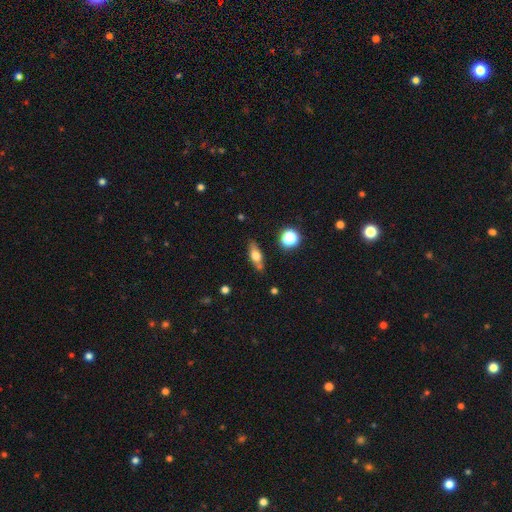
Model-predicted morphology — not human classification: smooth_or_featured: smooth (p=0.63) [alt: featured or disk p=0.27]
how_rounded: in between (p=0.65) [alt: cigar-shaped p=0.25]
merging: none (p=0.70) [alt: minor disturbance p=0.17]